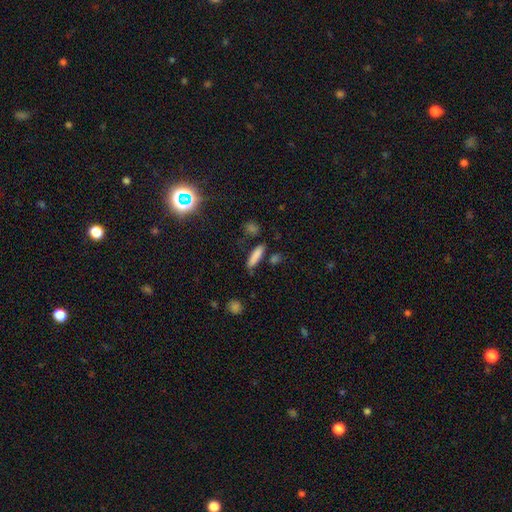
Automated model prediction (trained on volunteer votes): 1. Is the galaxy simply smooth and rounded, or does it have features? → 82% smooth, 10% featured or disk, 9% star or artifact.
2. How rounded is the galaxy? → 75% cigar-shaped, 23% in between, 3% round.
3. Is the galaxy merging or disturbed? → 78% none, 13% minor disturbance, 6% merger, 4% major disturbance.